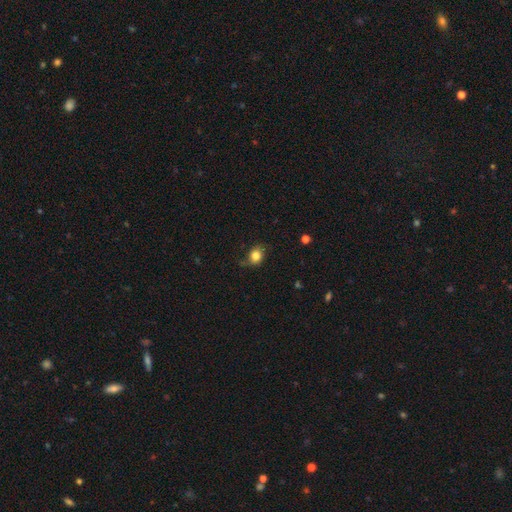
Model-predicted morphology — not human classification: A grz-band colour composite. It shows a smooth galaxy with no disk features (77%) that is in between round and cigar-shaped (51%). Merging: none (61%).